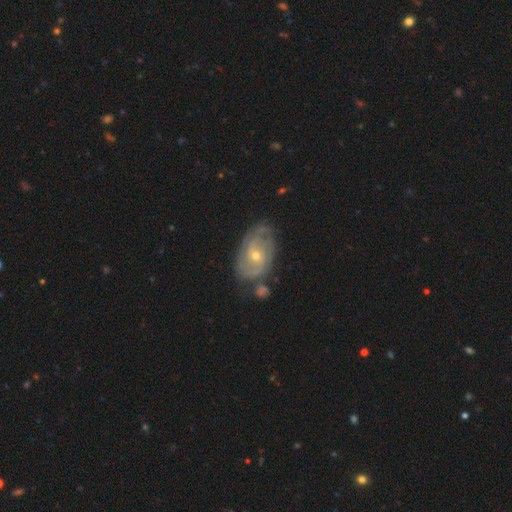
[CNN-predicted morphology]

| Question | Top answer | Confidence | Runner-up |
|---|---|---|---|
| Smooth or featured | featured or disk | 82% | smooth (12%) |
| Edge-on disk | no | 96% | yes (4%) |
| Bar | no | 58% | weak (35%) |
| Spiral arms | yes | 92% | no (8%) |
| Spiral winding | tight | 55% | medium (34%) |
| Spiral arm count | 2 | 41% | can't tell (30%) |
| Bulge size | small | 59% | moderate (39%) |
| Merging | none | 61% | minor disturbance (23%) |